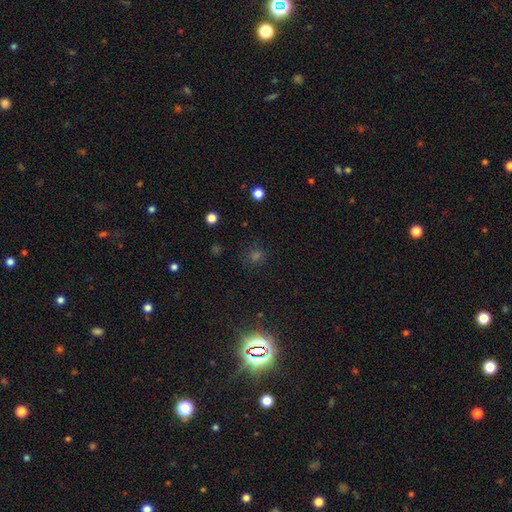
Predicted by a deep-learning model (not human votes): Smooth or featured?
  - star or artifact: 52% *
  - smooth: 40%
  - featured or disk: 8%